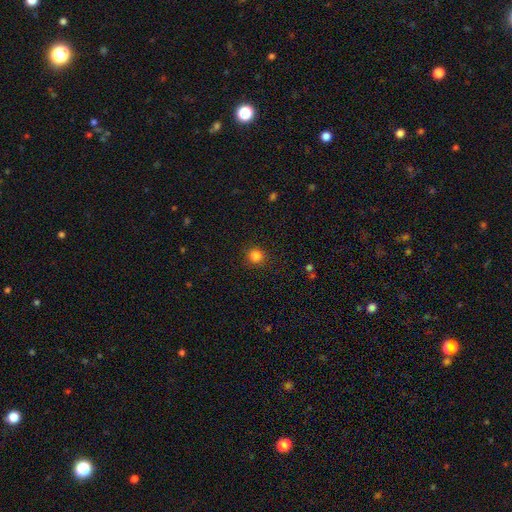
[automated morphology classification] Smooth or featured? Predicted: smooth (p=0.83). How rounded? Predicted: round (p=0.91). Merging? Predicted: none (p=0.89).